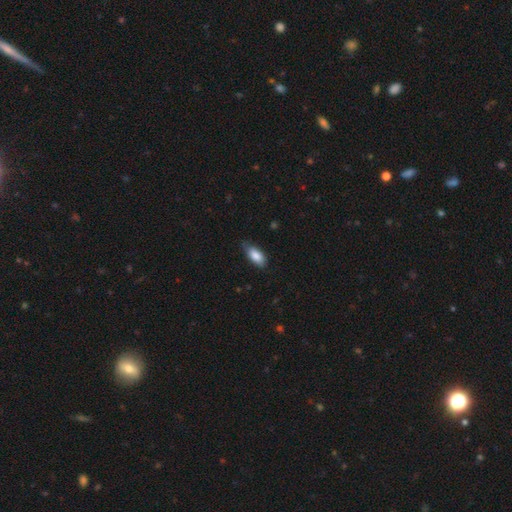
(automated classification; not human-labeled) smooth-or-featured: smooth: 84% | featured or disk: 10% | star or artifact: 6%
  how-rounded: in between: 88% | cigar-shaped: 10% | round: 2%
  merging: none: 69% | minor disturbance: 25% | major disturbance: 4% | merger: 1%